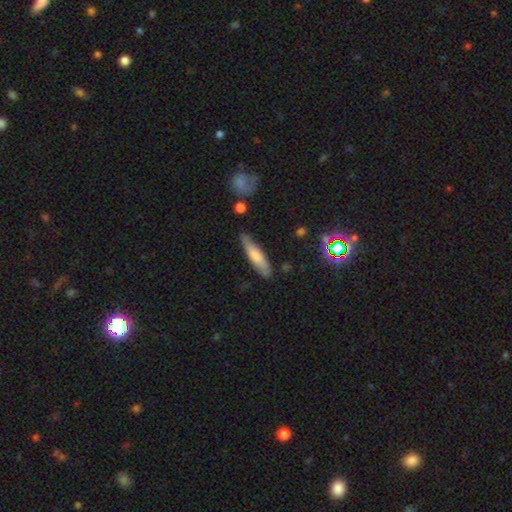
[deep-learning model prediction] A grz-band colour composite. It shows a smooth galaxy with no disk features (68%) that is cigar-shaped (78%). Merging: none (79%).